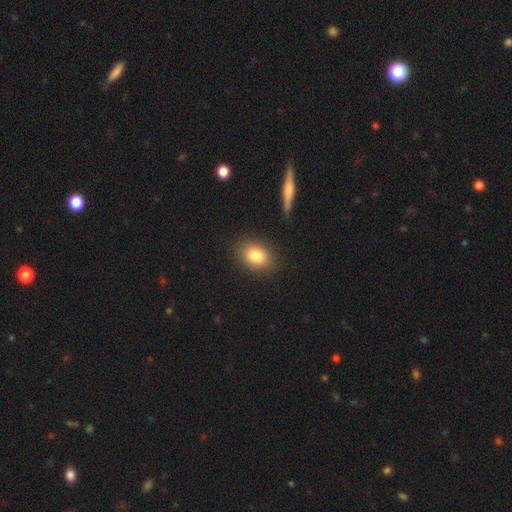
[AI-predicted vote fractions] A smooth galaxy with no disk features (84%) that is in between round and cigar-shaped (72%). Merging: none (85%).